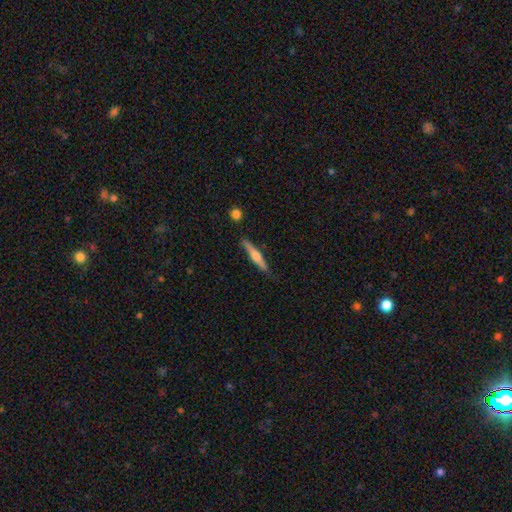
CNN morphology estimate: Q: Smooth or featured?
A: featured or disk (57%); runner-up: smooth (37%)
Q: Edge-on disk?
A: yes (97%); runner-up: no (3%)
Q: Edge-on bulge?
A: rounded (76%); runner-up: boxy (15%)
Q: Merging?
A: none (86%); runner-up: minor disturbance (10%)